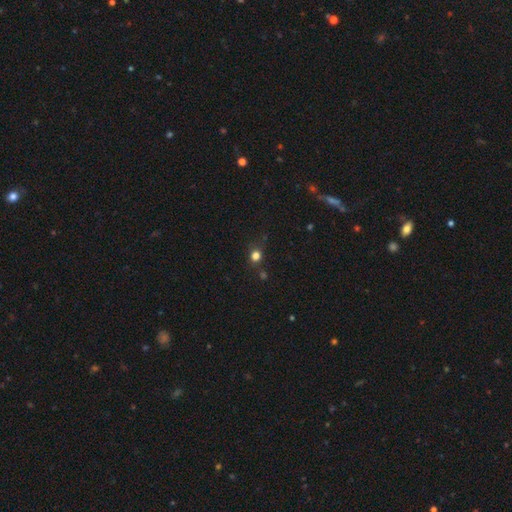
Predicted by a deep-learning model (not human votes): smooth-or-featured: smooth: 76% | star or artifact: 18% | featured or disk: 6%
  how-rounded: round: 83% | in between: 16% | cigar-shaped: 1%
  merging: none: 77% | minor disturbance: 13% | merger: 5% | major disturbance: 5%